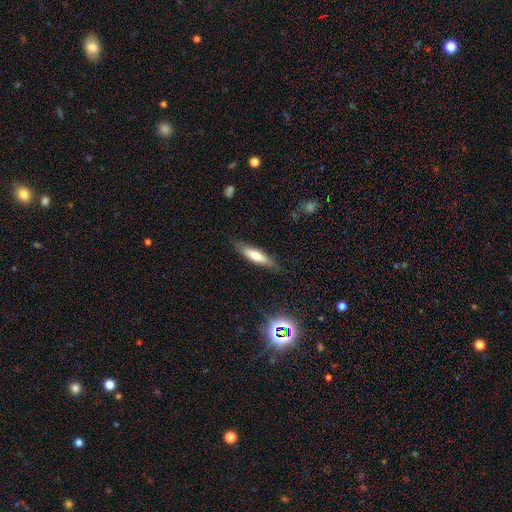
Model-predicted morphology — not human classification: Q: Smooth or featured?
A: smooth (64%); runner-up: featured or disk (28%)
Q: How rounded?
A: cigar-shaped (69%); runner-up: in between (30%)
Q: Merging?
A: none (80%); runner-up: minor disturbance (15%)